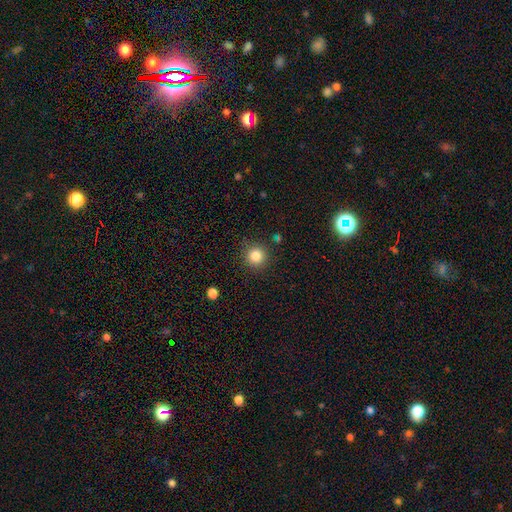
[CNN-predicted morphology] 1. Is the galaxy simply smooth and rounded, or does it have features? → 83% smooth, 11% star or artifact, 6% featured or disk.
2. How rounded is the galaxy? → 94% round, 5% in between, 1% cigar-shaped.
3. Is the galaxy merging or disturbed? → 88% none, 7% minor disturbance, 3% major disturbance, 2% merger.